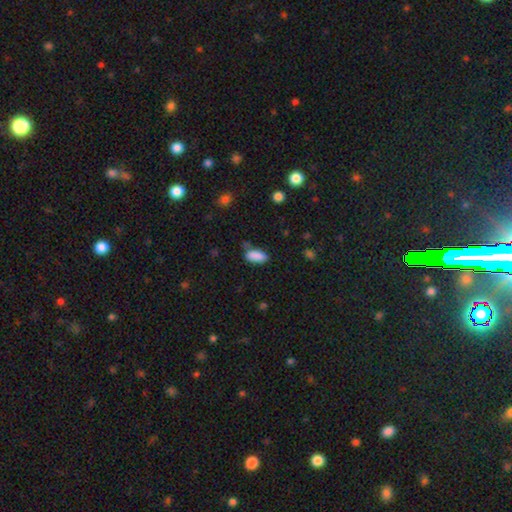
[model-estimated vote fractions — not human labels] A smooth galaxy with no disk features (88%) that is in between round and cigar-shaped (87%). Merging: none (69%).